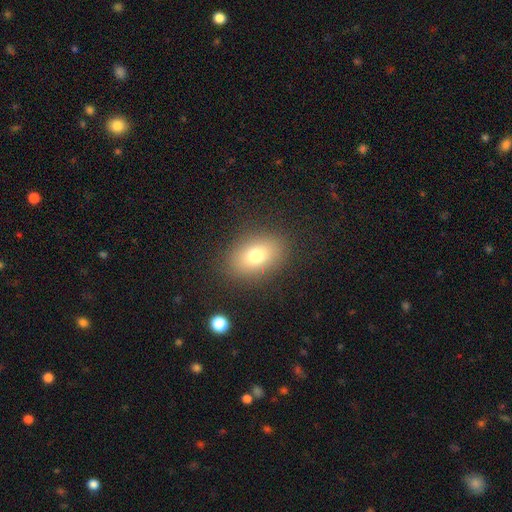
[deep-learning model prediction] Smooth or featured? smooth (76%)
How rounded? in between (80%)
Merging? none (85%)